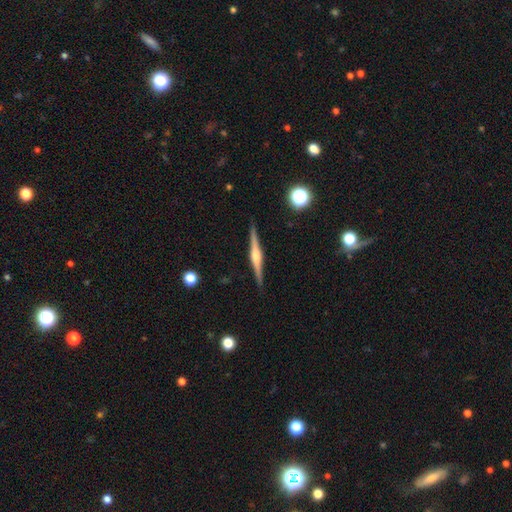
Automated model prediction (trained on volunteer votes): smooth_or_featured: featured or disk (p=0.81) [alt: smooth p=0.13]
disk_edge_on: yes (p=0.98) [alt: no p=0.02]
edge_on_bulge: rounded (p=0.84) [alt: boxy p=0.11]
merging: none (p=0.91) [alt: minor disturbance p=0.06]